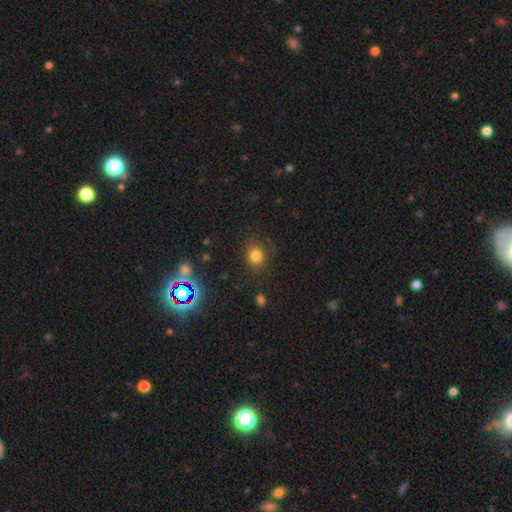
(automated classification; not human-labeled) This appears to be a smooth galaxy with no disk features (78%) that is round (74%). Merging: none (82%).